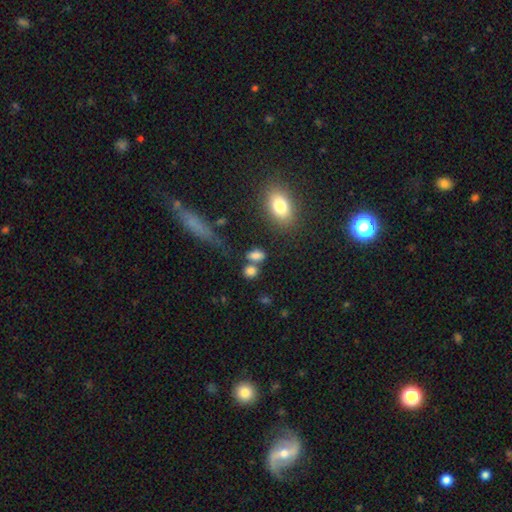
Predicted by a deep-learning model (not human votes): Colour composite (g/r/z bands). It shows a smooth galaxy with no disk features (80%) that is in between round and cigar-shaped (71%). Merging: none (56%).